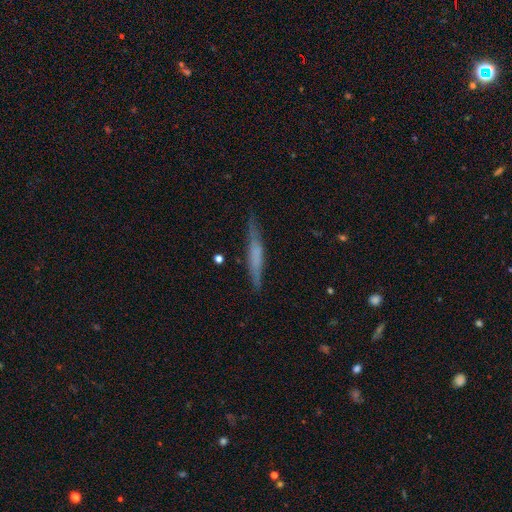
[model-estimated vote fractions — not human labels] Smooth or featured?
  - smooth: 47% *
  - featured or disk: 46%
  - star or artifact: 7%
Merging?
  - none: 81% *
  - minor disturbance: 14%
  - major disturbance: 3%
  - merger: 2%